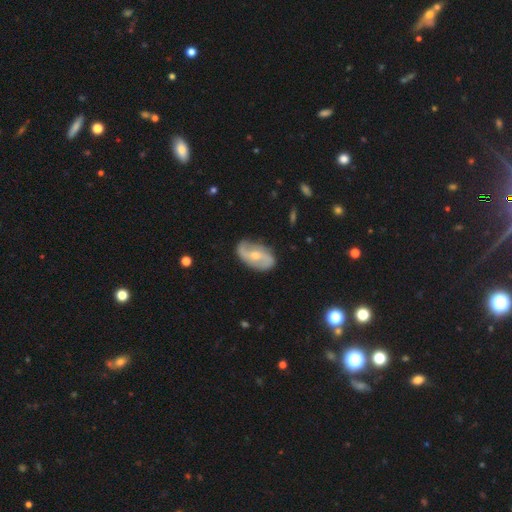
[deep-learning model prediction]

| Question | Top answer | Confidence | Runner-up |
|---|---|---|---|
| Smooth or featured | featured or disk | 78% | smooth (16%) |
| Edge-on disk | no | 96% | yes (4%) |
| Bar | no | 43% | weak (39%) |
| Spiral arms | yes | 91% | no (9%) |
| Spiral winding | loose | 52% | medium (33%) |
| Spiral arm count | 2 | 89% | can't tell (5%) |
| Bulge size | small | 51% | moderate (45%) |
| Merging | none | 79% | minor disturbance (15%) |